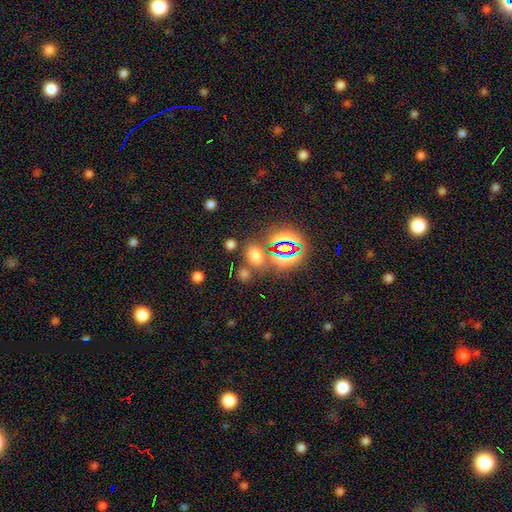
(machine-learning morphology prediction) The model was most divided on "how rounded": in between: 51%, round: 47%, cigar-shaped: 2%. More confident: merging — none (74%); smooth or featured — smooth (58%).